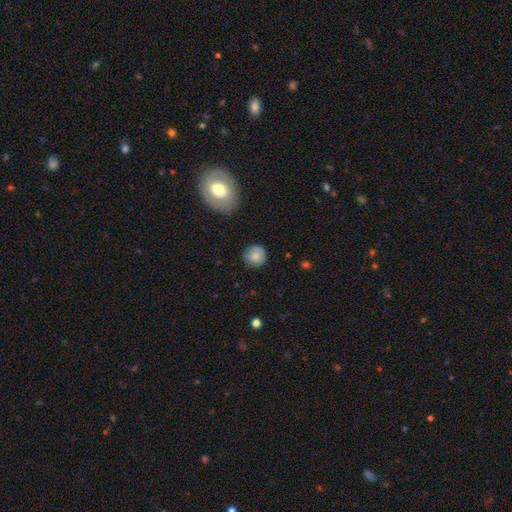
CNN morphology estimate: smooth 80%, featured or disk 12%, star or artifact 8%. Down the decision tree: how rounded — round (89%); merging — none (80%).